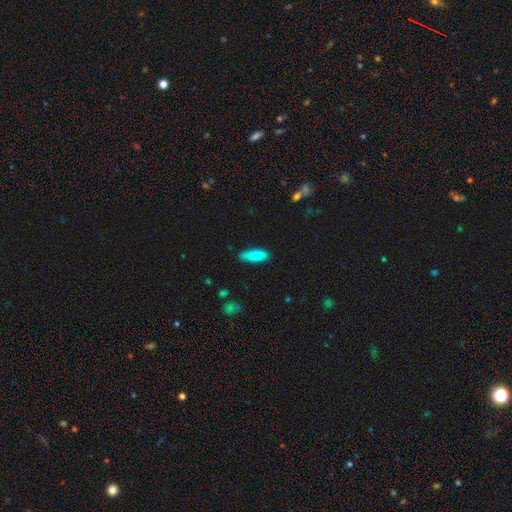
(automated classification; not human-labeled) This appears to be a smooth galaxy with no disk features (85%) that is in between round and cigar-shaped (59%). Merging: none (77%).